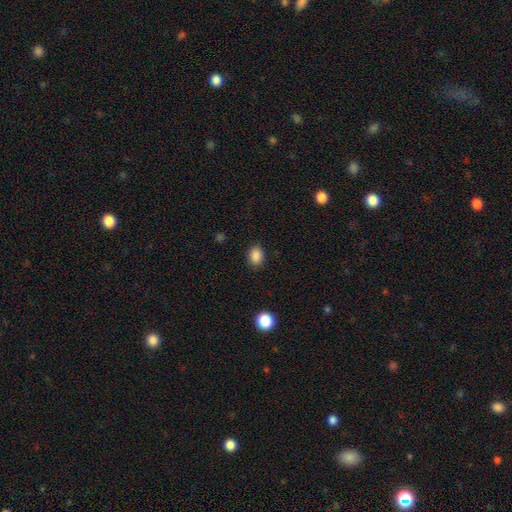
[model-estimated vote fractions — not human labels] Smooth or featured: smooth — 87% (star or artifact — 10%)
How rounded: in between — 58% (round — 41%)
Merging: none — 87% (minor disturbance — 9%)